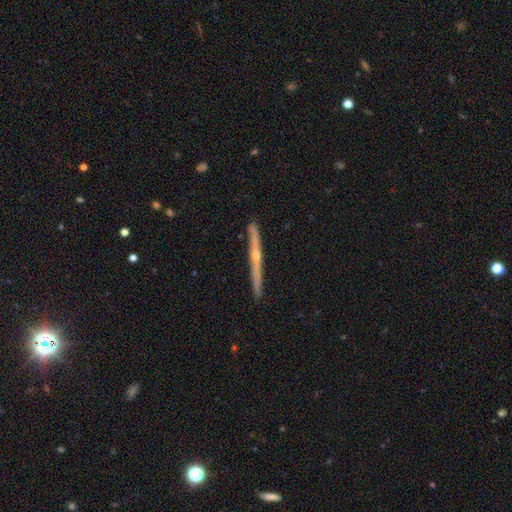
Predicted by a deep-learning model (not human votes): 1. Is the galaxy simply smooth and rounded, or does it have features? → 75% featured or disk, 17% smooth, 8% star or artifact.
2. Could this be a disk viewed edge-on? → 98% yes, 2% no.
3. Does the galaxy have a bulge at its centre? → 73% rounded, 22% none, 5% boxy.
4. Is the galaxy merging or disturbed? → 89% none, 8% minor disturbance, 2% major disturbance, 1% merger.